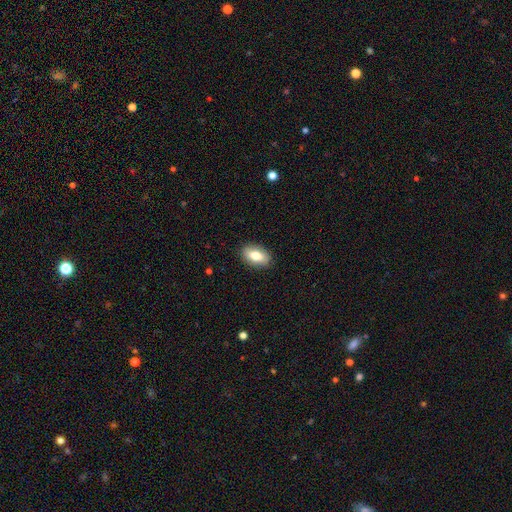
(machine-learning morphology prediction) type=smooth (77%); roundness=in between (91%); merging=none (88%).